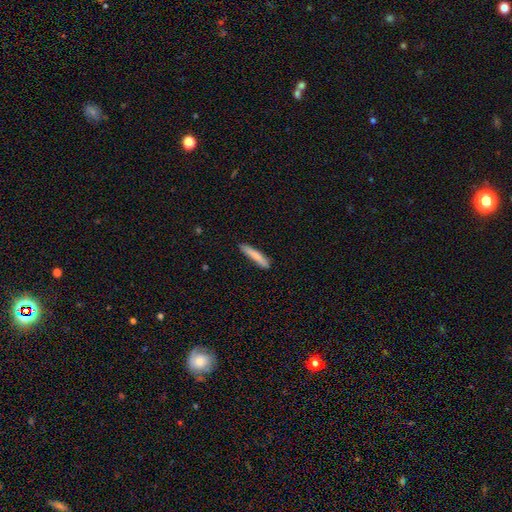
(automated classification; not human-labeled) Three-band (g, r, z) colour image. It shows a smooth galaxy with no disk features (79%) that is cigar-shaped (91%). Merging: none (83%).